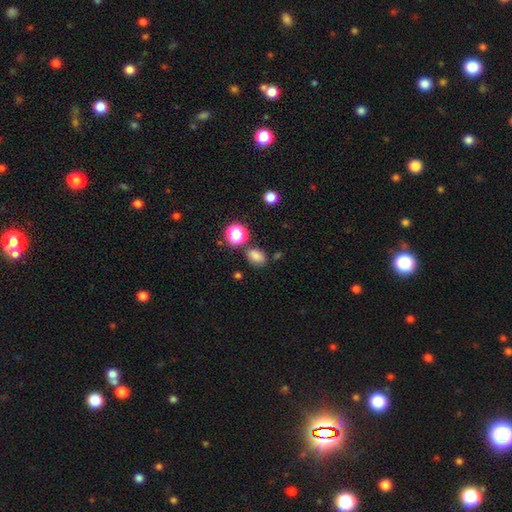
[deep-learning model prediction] Smooth or featured? Predicted: smooth (p=0.75). How rounded? Predicted: in between (p=0.69). Merging? Predicted: none (p=0.74).